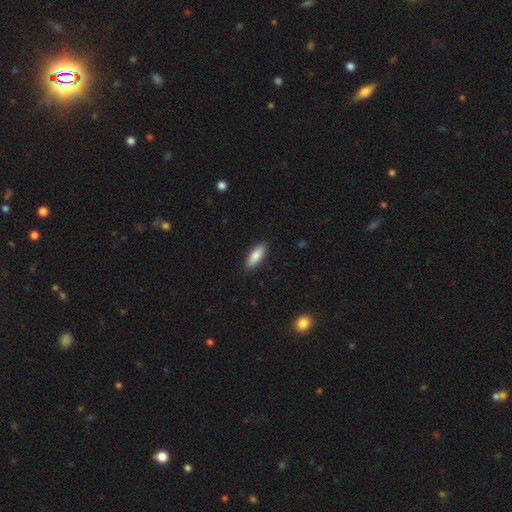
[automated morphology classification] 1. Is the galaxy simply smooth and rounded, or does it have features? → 85% smooth, 9% featured or disk, 6% star or artifact.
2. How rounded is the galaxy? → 68% in between, 30% cigar-shaped, 2% round.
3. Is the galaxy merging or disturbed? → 89% none, 8% minor disturbance, 2% major disturbance, 1% merger.